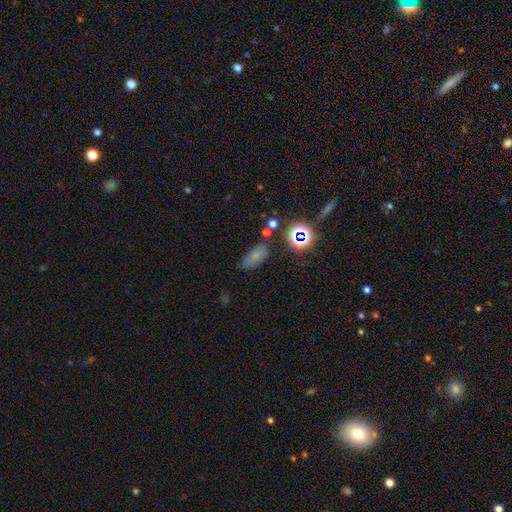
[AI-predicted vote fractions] A smooth galaxy with no disk features (66%) that is in between round and cigar-shaped (80%). Merging: none (66%).